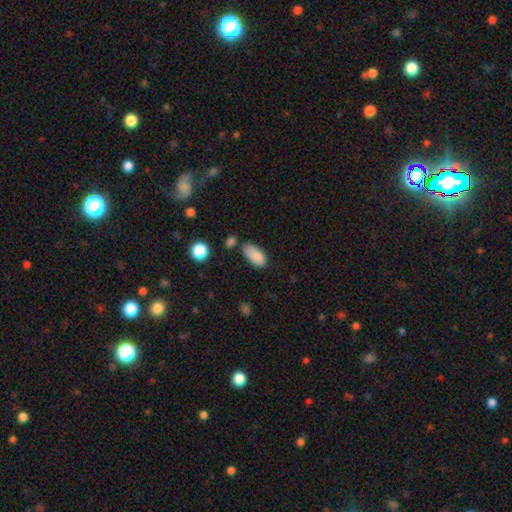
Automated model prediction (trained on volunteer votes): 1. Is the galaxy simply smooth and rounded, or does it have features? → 85% smooth, 8% star or artifact, 6% featured or disk.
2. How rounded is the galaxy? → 92% in between, 5% cigar-shaped, 3% round.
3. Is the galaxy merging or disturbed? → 60% none, 25% minor disturbance, 9% merger, 6% major disturbance.